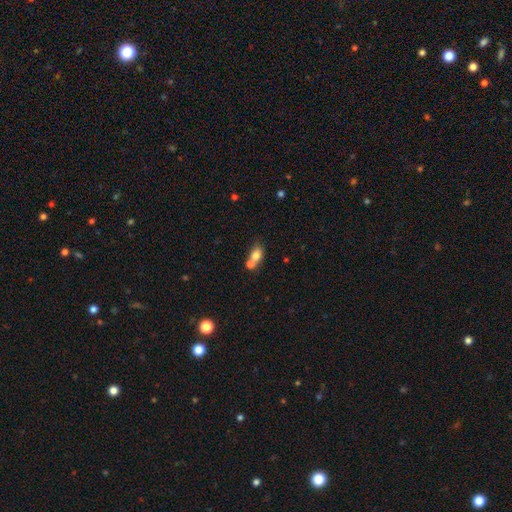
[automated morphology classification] Q: Smooth or featured?
A: smooth (76%); runner-up: featured or disk (14%)
Q: How rounded?
A: in between (65%); runner-up: round (32%)
Q: Merging?
A: merger (55%); runner-up: none (32%)